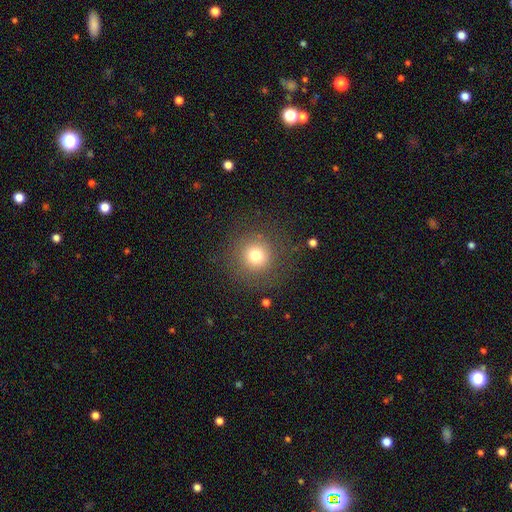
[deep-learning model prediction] Smooth or featured? Predicted: smooth (p=0.76). How rounded? Predicted: round (p=0.94). Merging? Predicted: none (p=0.83).